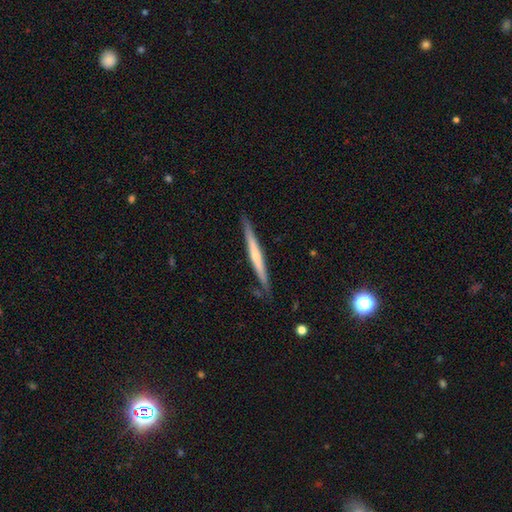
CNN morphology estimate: smooth_or_featured: featured or disk (p=0.57) [alt: smooth p=0.38]
disk_edge_on: yes (p=0.96) [alt: no p=0.04]
edge_on_bulge: none (p=0.51) [alt: rounded p=0.43]
merging: none (p=0.86) [alt: minor disturbance p=0.11]